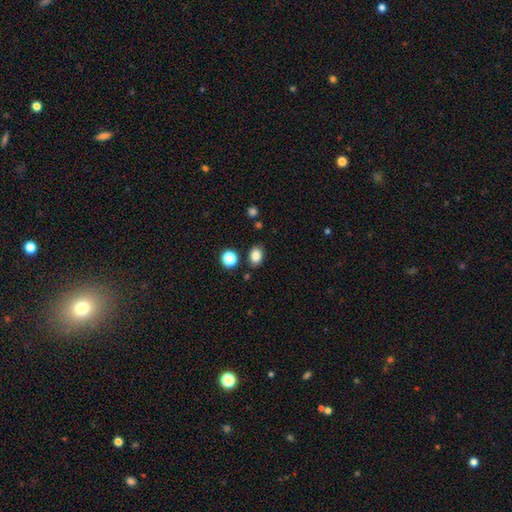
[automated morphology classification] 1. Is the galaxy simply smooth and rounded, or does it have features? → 84% smooth, 11% star or artifact, 5% featured or disk.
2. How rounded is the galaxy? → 68% in between, 31% round, 1% cigar-shaped.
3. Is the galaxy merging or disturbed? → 84% none, 10% minor disturbance, 4% merger, 3% major disturbance.